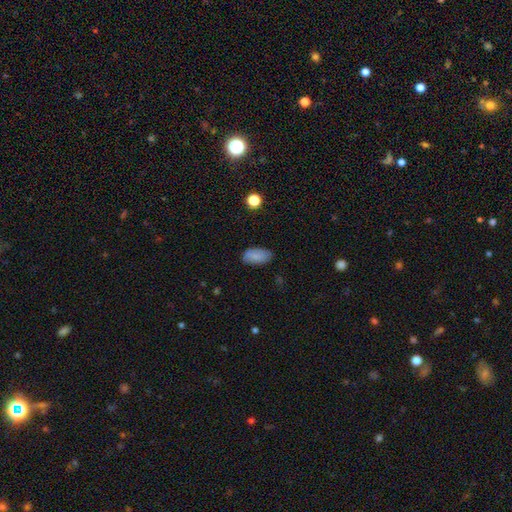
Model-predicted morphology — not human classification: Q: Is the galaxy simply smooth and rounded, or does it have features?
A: smooth — 82%.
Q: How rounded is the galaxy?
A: in between — 93%.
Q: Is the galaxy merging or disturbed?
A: none — 82%.